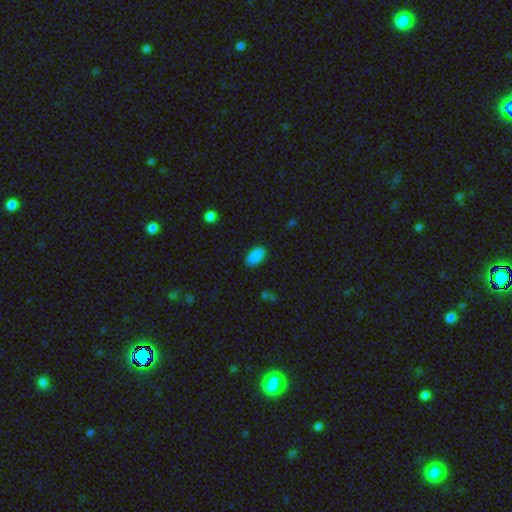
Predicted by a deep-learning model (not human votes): This is clearly a smooth galaxy (89%). How rounded: clearly in between (94%). Merging: clearly none (88%).